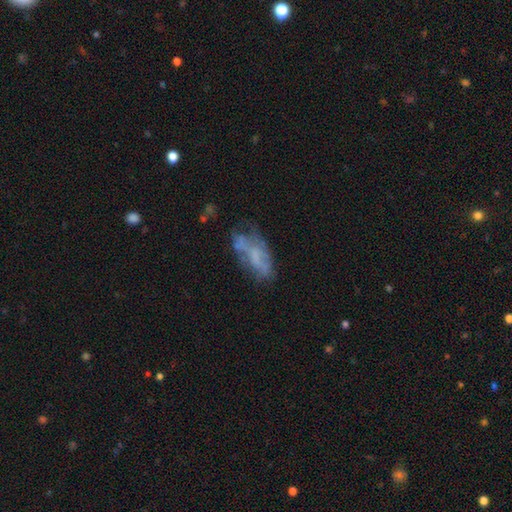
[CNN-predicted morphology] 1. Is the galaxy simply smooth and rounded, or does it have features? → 51% featured or disk, 37% smooth, 12% star or artifact.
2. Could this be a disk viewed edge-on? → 92% no, 8% yes.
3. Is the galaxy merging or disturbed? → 41% none, 26% minor disturbance, 24% major disturbance, 9% merger.